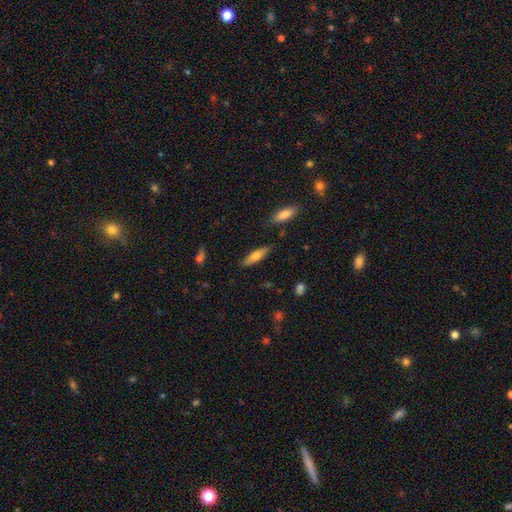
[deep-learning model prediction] This appears to be a smooth galaxy with no disk features (63%) that is cigar-shaped (68%). Merging: none (83%).